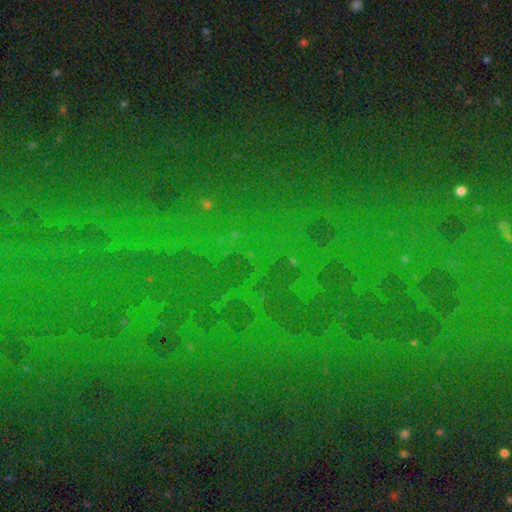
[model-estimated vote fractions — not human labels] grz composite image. It shows a star or artifact, not a galaxy (81%).